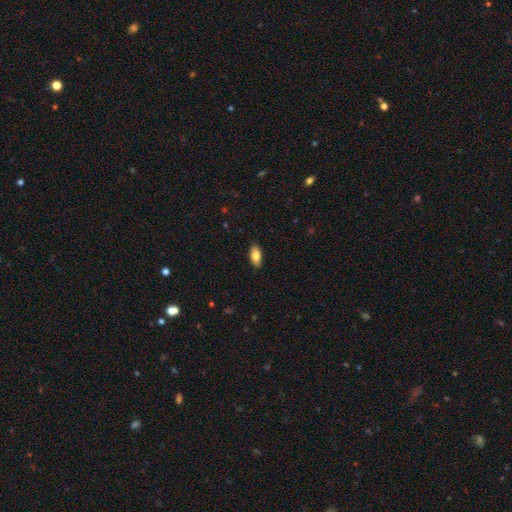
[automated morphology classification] smooth-or-featured: smooth: 81% | featured or disk: 12% | star or artifact: 7%
  how-rounded: in between: 87% | cigar-shaped: 11% | round: 3%
  merging: none: 90% | minor disturbance: 8% | major disturbance: 2% | merger: 1%